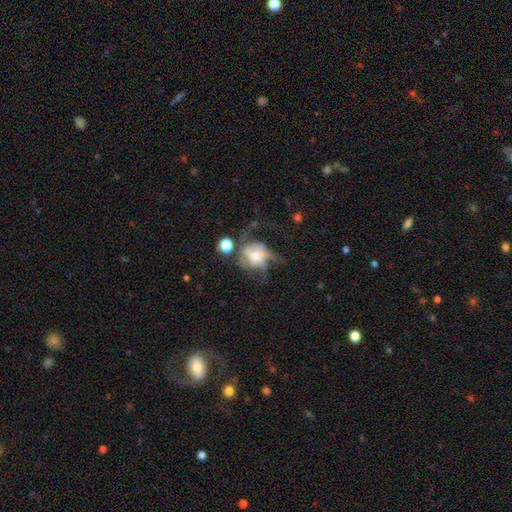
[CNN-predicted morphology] The model was most divided on "merging": major disturbance: 42%, none: 30%, minor disturbance: 19%, merger: 10%. Remaining: edge-on disk — no (94%); bar — no (71%); spiral arms — yes (63%); smooth or featured — featured or disk (54%); bulge size — moderate (47%).